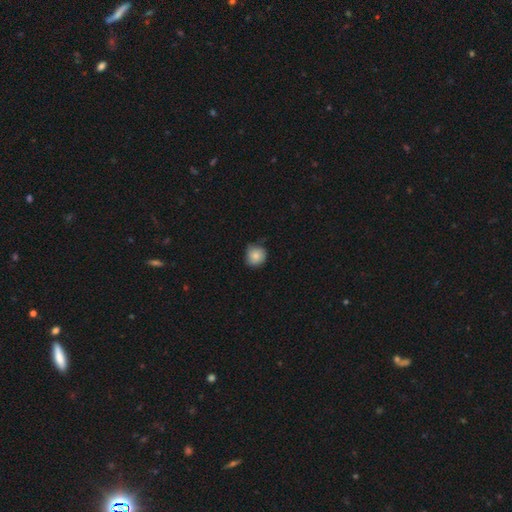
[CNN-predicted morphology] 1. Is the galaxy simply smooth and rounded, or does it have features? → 82% smooth, 10% featured or disk, 8% star or artifact.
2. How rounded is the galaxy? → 88% round, 11% in between, 1% cigar-shaped.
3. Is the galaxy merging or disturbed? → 68% none, 27% minor disturbance, 4% major disturbance, 1% merger.